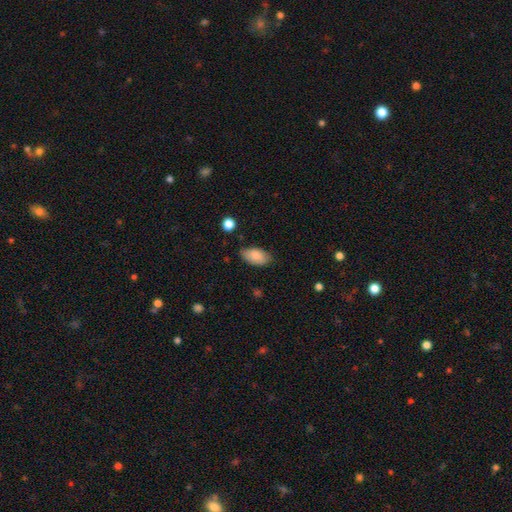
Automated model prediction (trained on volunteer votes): Smooth or featured? smooth (83%)
How rounded? in between (94%)
Merging? none (75%)